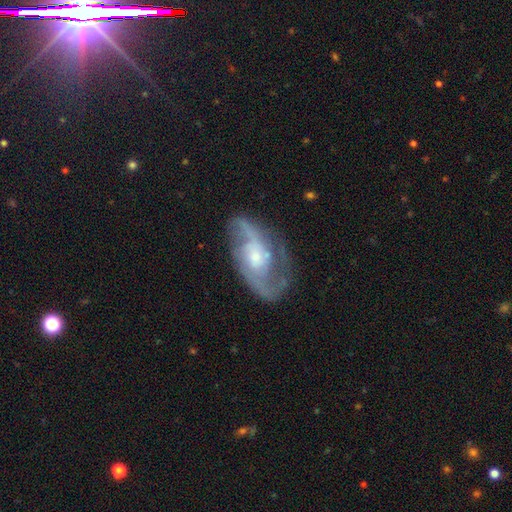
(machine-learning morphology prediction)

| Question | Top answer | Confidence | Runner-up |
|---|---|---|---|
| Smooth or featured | featured or disk | 87% | smooth (8%) |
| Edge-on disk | no | 96% | yes (4%) |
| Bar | no | 58% | weak (35%) |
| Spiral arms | yes | 95% | no (5%) |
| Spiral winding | medium | 50% | loose (25%) |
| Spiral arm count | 2 | 77% | can't tell (9%) |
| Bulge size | small | 46% | moderate (44%) |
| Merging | none | 69% | minor disturbance (19%) |